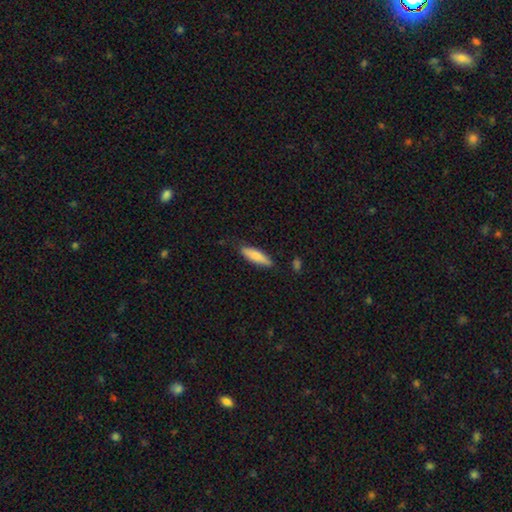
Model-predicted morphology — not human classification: Q: Smooth or featured?
A: smooth (79%); runner-up: featured or disk (15%)
Q: How rounded?
A: cigar-shaped (64%); runner-up: in between (35%)
Q: Merging?
A: none (81%); runner-up: minor disturbance (15%)